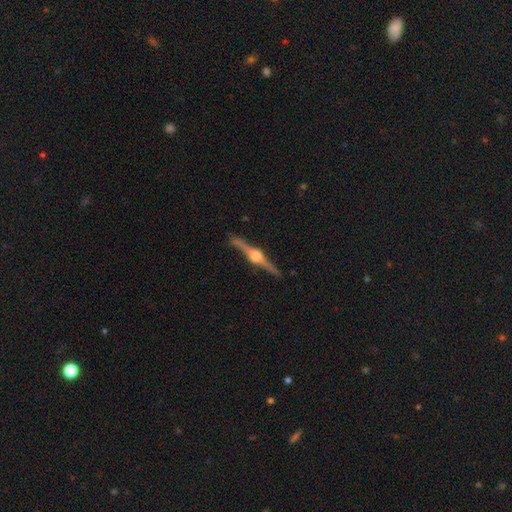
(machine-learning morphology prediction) smooth_or_featured: featured or disk (p=0.88) [alt: smooth p=0.06]
disk_edge_on: yes (p=0.98) [alt: no p=0.02]
edge_on_bulge: rounded (p=0.94) [alt: boxy p=0.05]
merging: none (p=0.90) [alt: minor disturbance p=0.07]